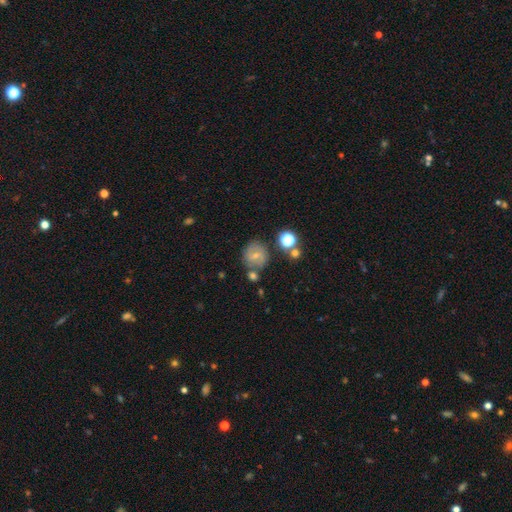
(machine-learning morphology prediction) Smooth or featured? Predicted: smooth (p=0.54). How rounded? Predicted: round (p=0.84). Merging? Predicted: none (p=0.66).